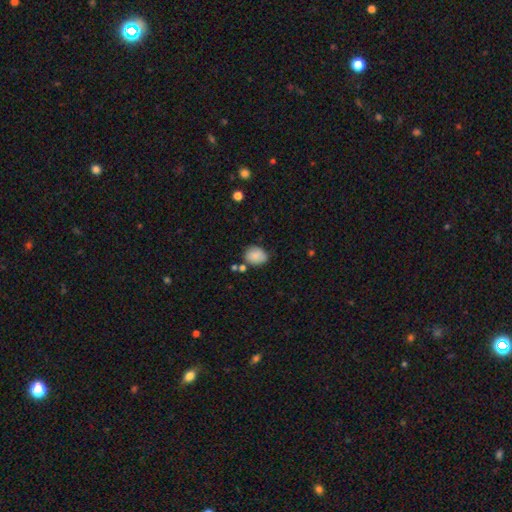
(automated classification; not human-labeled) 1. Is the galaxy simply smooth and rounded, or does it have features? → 84% smooth, 8% star or artifact, 7% featured or disk.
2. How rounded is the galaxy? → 53% in between, 46% round, 1% cigar-shaped.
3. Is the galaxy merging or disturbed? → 66% none, 21% minor disturbance, 8% merger, 5% major disturbance.